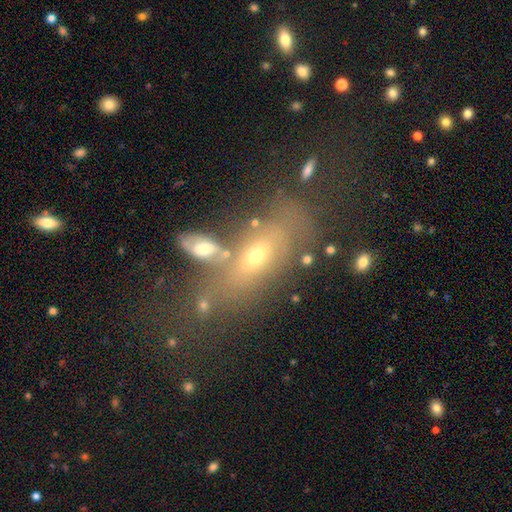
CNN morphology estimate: Smooth or featured? smooth (55%)
How rounded? in between (76%)
Merging? none (38%)